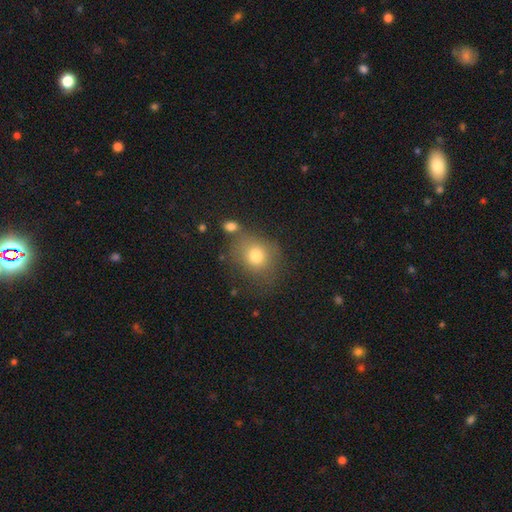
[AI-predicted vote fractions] This is likely a smooth galaxy (77%). How rounded: likely round (63%). Merging: possibly none (59%).